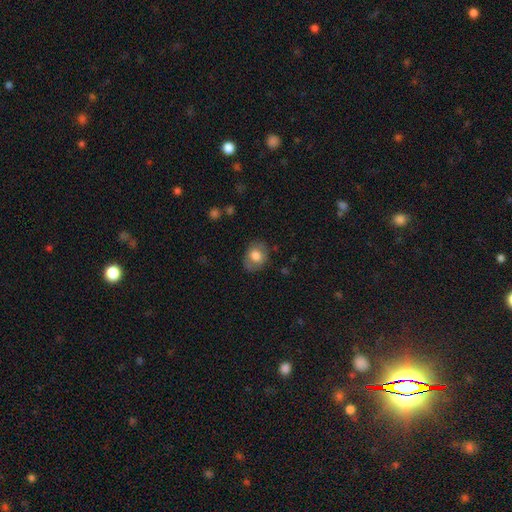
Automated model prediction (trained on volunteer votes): Smooth or featured: smooth — 73% (featured or disk — 20%)
How rounded: in between — 56% (round — 43%)
Merging: none — 77% (minor disturbance — 17%)